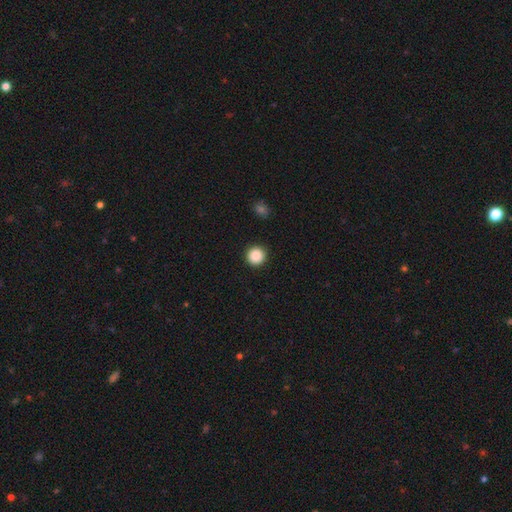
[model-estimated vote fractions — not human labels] smooth 88%, star or artifact 9%, featured or disk 3%. Down the decision tree: how rounded — round (95%); merging — none (93%).